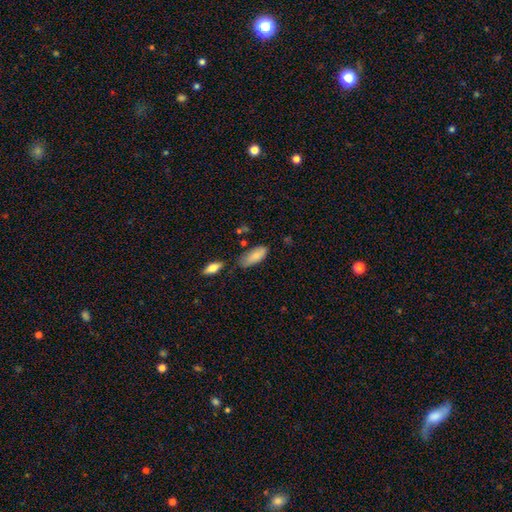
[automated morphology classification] Q: Smooth or featured?
A: smooth (83%); runner-up: featured or disk (11%)
Q: How rounded?
A: in between (81%); runner-up: cigar-shaped (17%)
Q: Merging?
A: none (61%); runner-up: minor disturbance (29%)